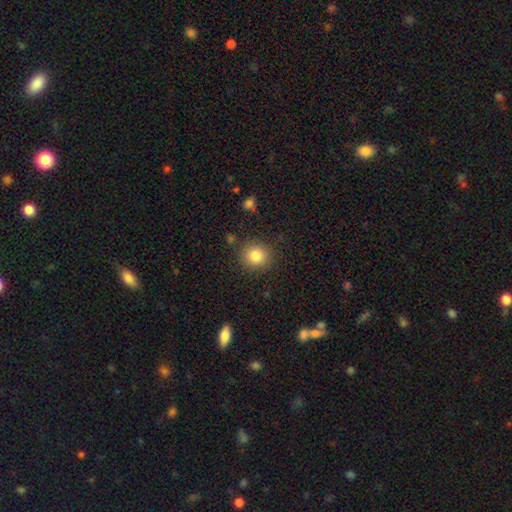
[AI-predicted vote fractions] Smooth or featured? Predicted: smooth (p=0.83). How rounded? Predicted: round (p=0.90). Merging? Predicted: none (p=0.88).